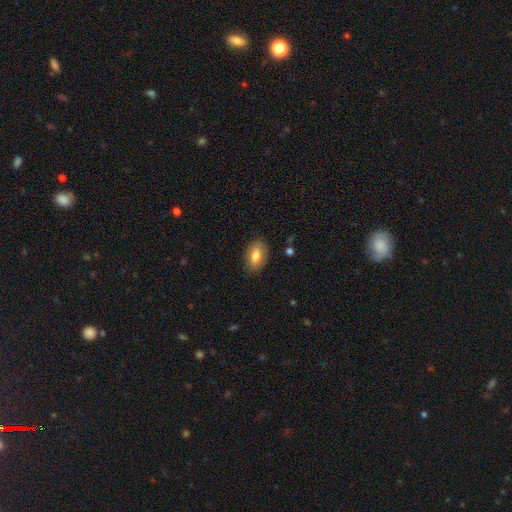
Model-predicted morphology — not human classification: Smooth or featured? smooth (77%)
How rounded? in between (91%)
Merging? none (84%)